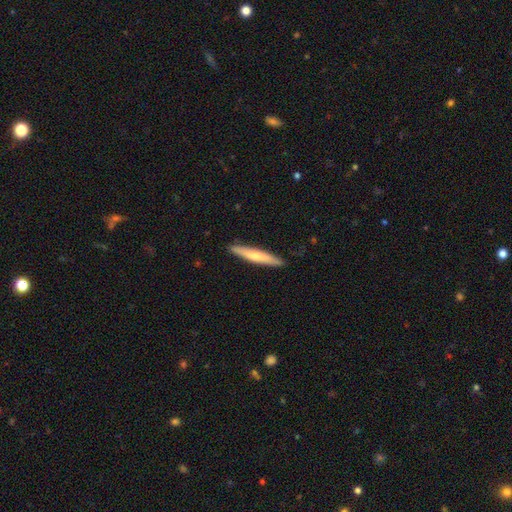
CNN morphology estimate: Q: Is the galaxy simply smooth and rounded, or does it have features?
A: smooth — 57%.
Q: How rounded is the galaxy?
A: cigar-shaped — 94%.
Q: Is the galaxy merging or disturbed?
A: none — 90%.